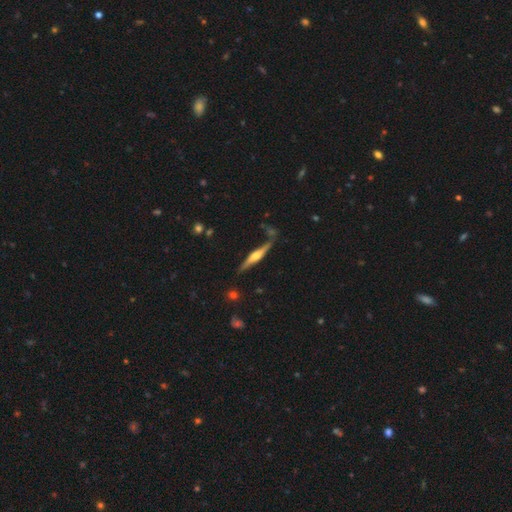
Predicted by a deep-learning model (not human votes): smooth_or_featured: featured or disk (p=0.74) [alt: smooth p=0.21]
disk_edge_on: yes (p=0.96) [alt: no p=0.04]
edge_on_bulge: rounded (p=0.89) [alt: boxy p=0.07]
merging: none (p=0.74) [alt: minor disturbance p=0.16]